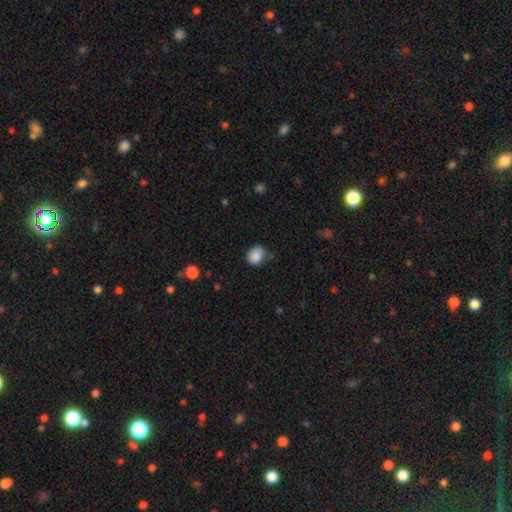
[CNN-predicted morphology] type=smooth (87%); roundness=round (59%); merging=none (65%).